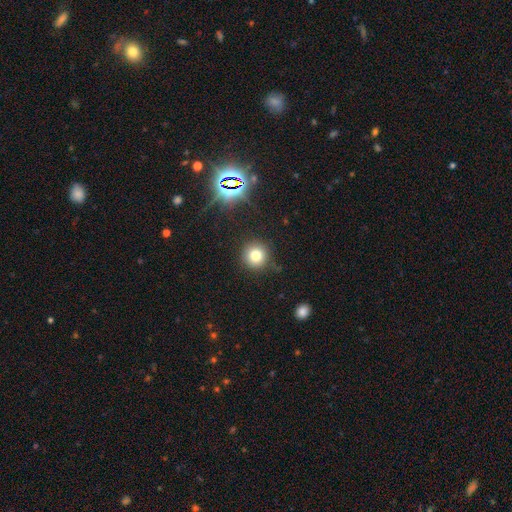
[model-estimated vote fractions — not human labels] This is likely a smooth galaxy (77%). How rounded: clearly round (94%). Merging: clearly none (86%).